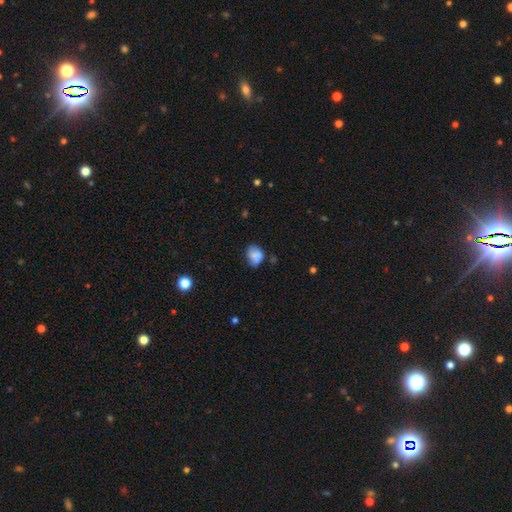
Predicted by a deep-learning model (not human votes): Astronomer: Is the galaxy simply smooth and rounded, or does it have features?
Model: smooth — 76%.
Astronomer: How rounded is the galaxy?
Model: in between — 56% (runner-up: round, 43%).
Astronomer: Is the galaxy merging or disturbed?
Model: none — 52% (runner-up: minor disturbance, 33%).